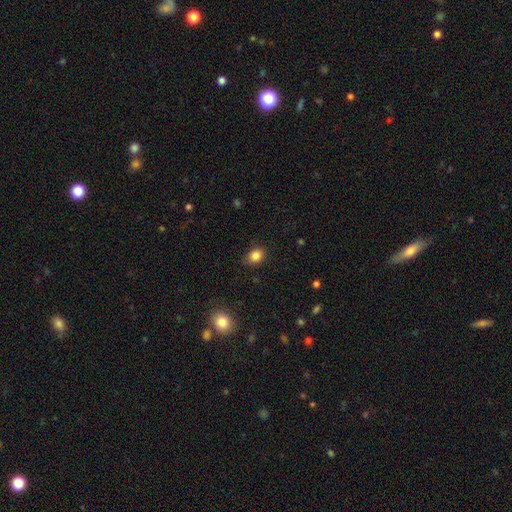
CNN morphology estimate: This appears to be a smooth galaxy with no disk features (84%) that is in between round and cigar-shaped (56%). Merging: none (84%).